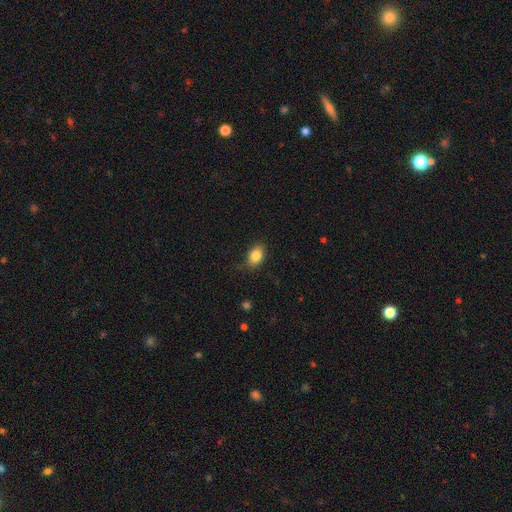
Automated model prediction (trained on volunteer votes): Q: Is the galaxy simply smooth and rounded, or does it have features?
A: smooth — 84%.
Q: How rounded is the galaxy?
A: in between — 80%.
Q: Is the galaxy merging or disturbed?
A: none — 79%.